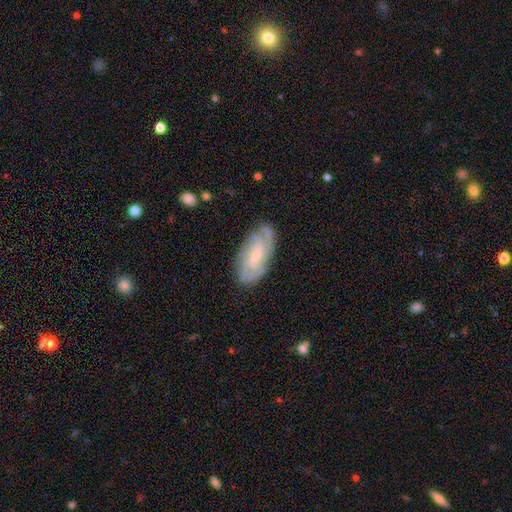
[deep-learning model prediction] The model was most divided on "bar": weak: 45%, no: 42%, strong: 14%. Remaining: spiral arms — yes (95%); edge-on disk — no (95%); smooth or featured — featured or disk (81%); merging — none (80%); bulge size — small (71%); spiral winding — tight (64%); spiral arm count — 2 (33%).